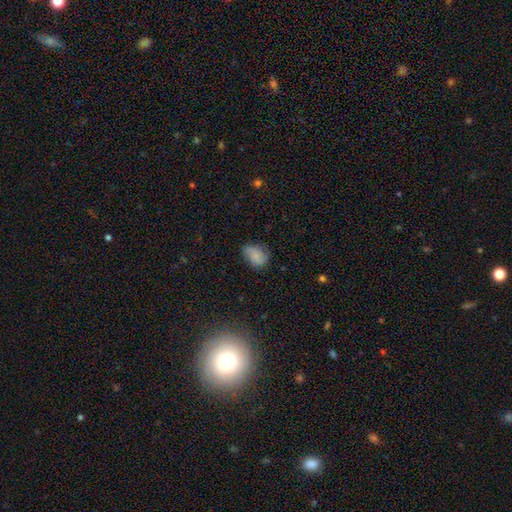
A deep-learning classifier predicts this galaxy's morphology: smooth-or-featured: smooth: 68% | featured or disk: 22% | star or artifact: 9%
  how-rounded: in between: 75% | round: 23% | cigar-shaped: 2%
  merging: none: 53% | minor disturbance: 34% | major disturbance: 11% | merger: 2%